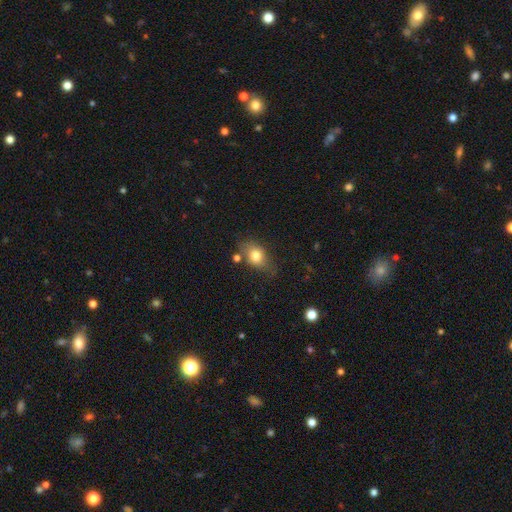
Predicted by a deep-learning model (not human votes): Smooth or featured? Predicted: smooth (p=0.76). How rounded? Predicted: in between (p=0.68). Merging? Predicted: none (p=0.58).